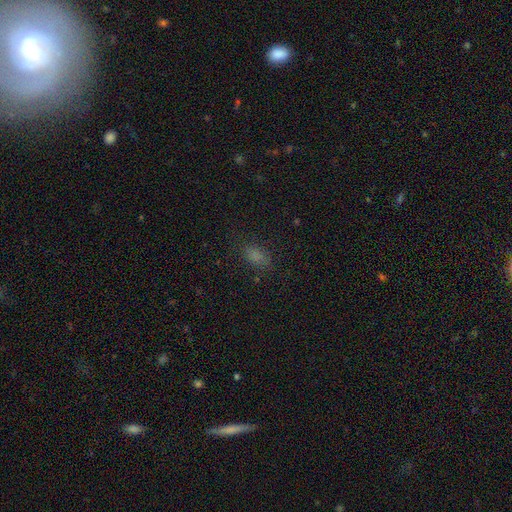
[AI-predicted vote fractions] Q: Smooth or featured?
A: smooth (77%); runner-up: star or artifact (17%)
Q: How rounded?
A: in between (86%); runner-up: round (10%)
Q: Merging?
A: none (76%); runner-up: minor disturbance (16%)